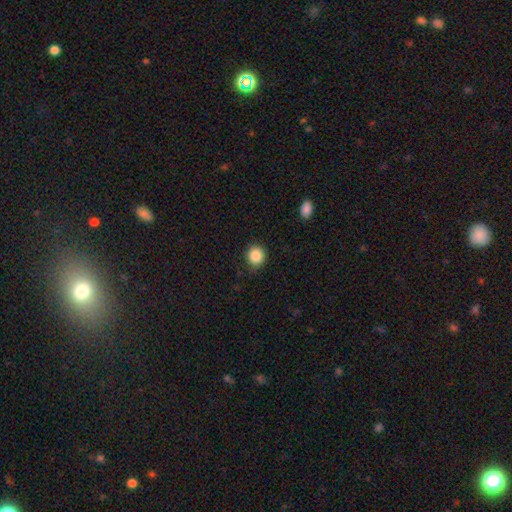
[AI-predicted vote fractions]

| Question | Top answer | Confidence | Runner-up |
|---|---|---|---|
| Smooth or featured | smooth | 87% | star or artifact (9%) |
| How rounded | round | 88% | in between (11%) |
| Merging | none | 88% | minor disturbance (9%) |